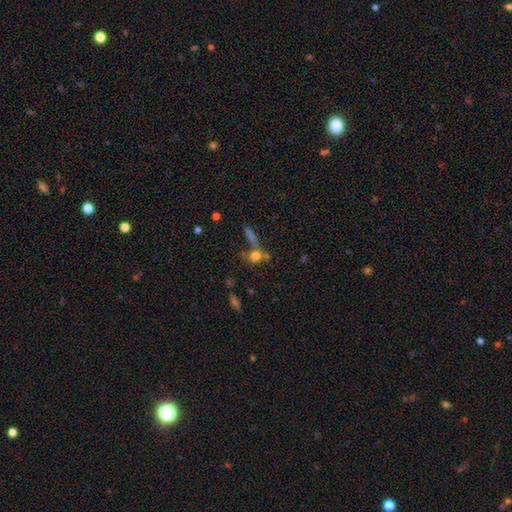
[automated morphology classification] Smooth or featured? Predicted: smooth (p=0.70). How rounded? Predicted: round (p=0.73). Merging? Predicted: none (p=0.53).